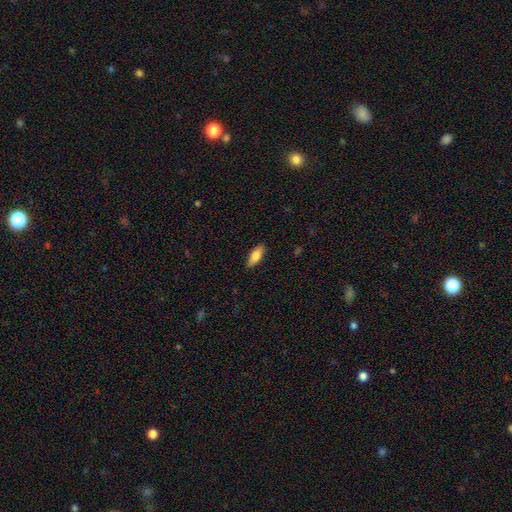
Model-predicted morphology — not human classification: Overall: smooth (80%). How rounded: in between (74%). Merging: none (87%).